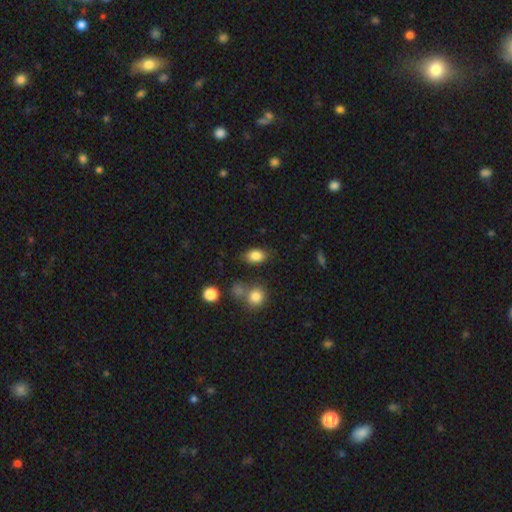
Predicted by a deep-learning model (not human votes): Smooth or featured? smooth (84%)
How rounded? in between (81%)
Merging? none (76%)